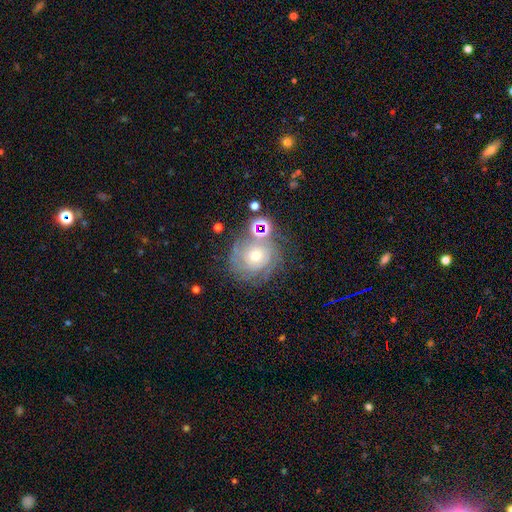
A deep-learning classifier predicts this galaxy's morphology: Smooth or featured? featured or disk (68%)
Edge-on disk? no (97%)
Bar? no (81%)
Spiral arms? yes (87%)
Spiral winding? tight (76%)
Spiral arm count? can't tell (47%)
Bulge size? moderate (60%)
Merging? none (70%)